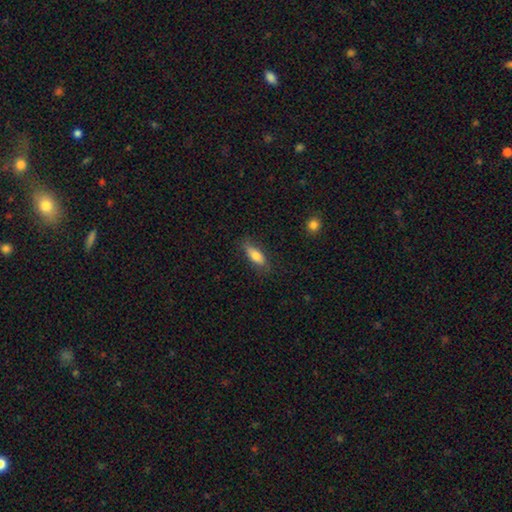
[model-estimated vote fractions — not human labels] smooth-or-featured: smooth: 76% | featured or disk: 18% | star or artifact: 7%
  how-rounded: in between: 66% | cigar-shaped: 32% | round: 3%
  merging: none: 77% | minor disturbance: 18% | major disturbance: 4% | merger: 1%